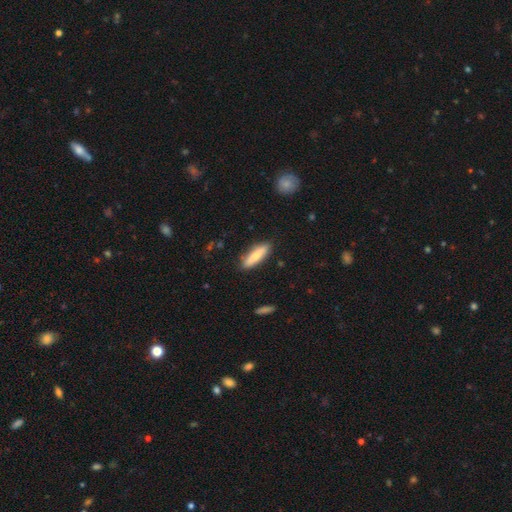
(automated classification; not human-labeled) Smooth or featured: smooth — 72% (featured or disk — 23%)
How rounded: cigar-shaped — 63% (in between — 35%)
Merging: none — 86% (minor disturbance — 11%)